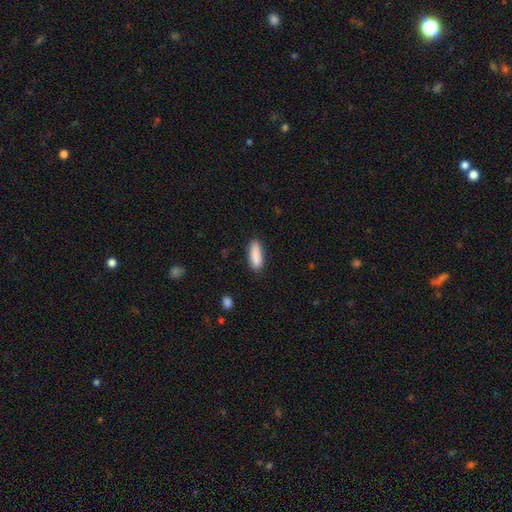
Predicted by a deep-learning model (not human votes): Morphology: type=smooth (88%); roundness=in between (62%); merging=none (80%).